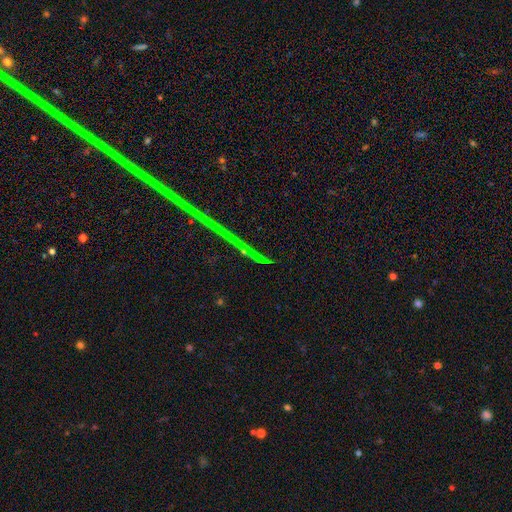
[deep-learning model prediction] Smooth or featured: star or artifact — 85% (featured or disk — 9%)